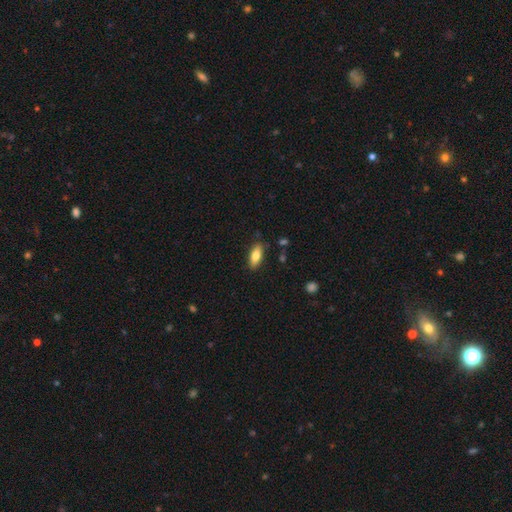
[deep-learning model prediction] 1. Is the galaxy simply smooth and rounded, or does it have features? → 80% smooth, 13% featured or disk, 7% star or artifact.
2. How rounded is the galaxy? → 80% in between, 18% cigar-shaped, 2% round.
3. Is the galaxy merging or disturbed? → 84% none, 11% minor disturbance, 2% major disturbance, 2% merger.